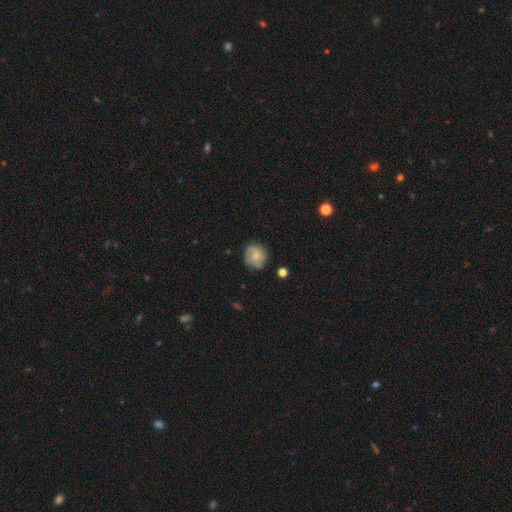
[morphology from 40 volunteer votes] Q: Smooth or featured?
A: featured or disk (48%); runner-up: smooth (45%)
Q: Edge-on disk?
A: no (89%); runner-up: yes (11%)
Q: Bar?
A: no (71%); runner-up: weak (29%)
Q: Spiral arms?
A: yes (88%); runner-up: no (12%)
Q: Spiral winding?
A: tight (53%); runner-up: medium (33%)
Q: Spiral arm count?
A: can't tell (60%); runner-up: 2 (20%)
Q: Bulge size?
A: small (53%); runner-up: moderate (35%)
Q: Merging?
A: none (62%); runner-up: minor disturbance (35%)